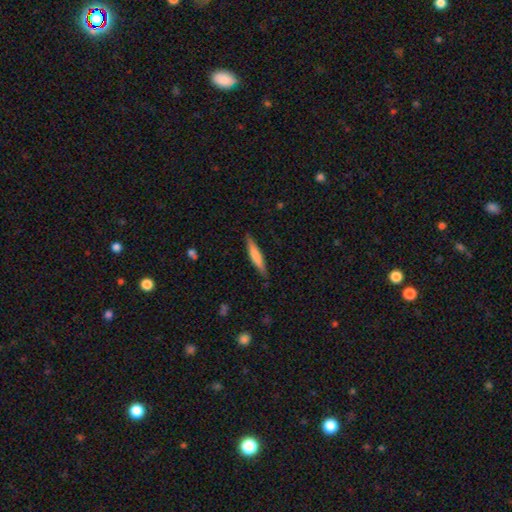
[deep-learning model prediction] Smooth or featured?
  - smooth: 66% *
  - featured or disk: 29%
  - star or artifact: 5%
How rounded?
  - cigar-shaped: 92% *
  - in between: 7%
  - round: 1%
Merging?
  - none: 86% *
  - minor disturbance: 11%
  - major disturbance: 2%
  - merger: 1%